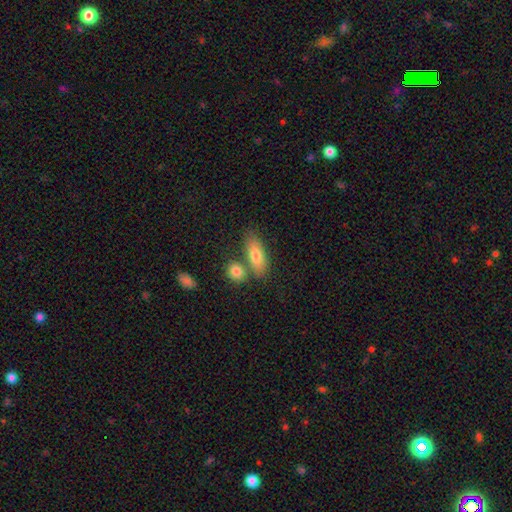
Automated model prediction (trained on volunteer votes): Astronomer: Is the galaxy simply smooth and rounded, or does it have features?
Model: smooth — 74%.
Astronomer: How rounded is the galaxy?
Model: in between — 73%.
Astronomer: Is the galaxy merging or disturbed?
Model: none — 62%.